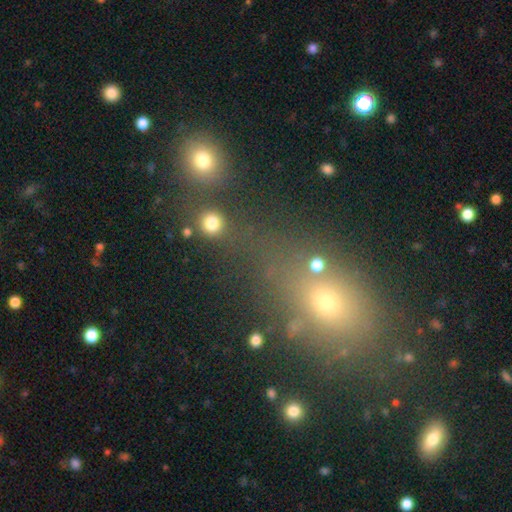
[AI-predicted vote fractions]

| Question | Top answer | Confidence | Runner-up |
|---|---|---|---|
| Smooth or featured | smooth | 70% | star or artifact (22%) |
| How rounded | round | 76% | in between (20%) |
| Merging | none | 71% | merger (11%) |